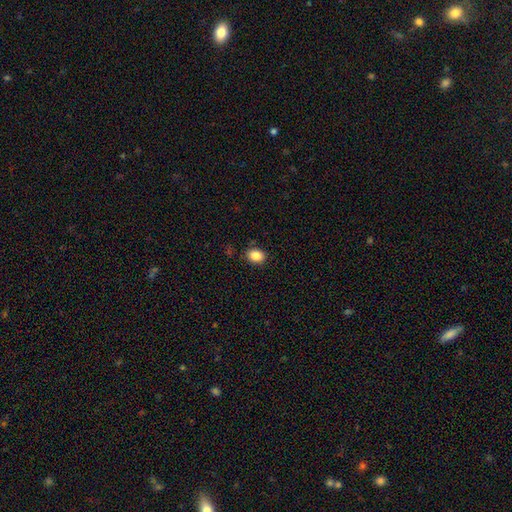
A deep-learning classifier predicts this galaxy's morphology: smooth 86%, star or artifact 9%, featured or disk 5%. Down the decision tree: how rounded — in between (64%); merging — none (87%).